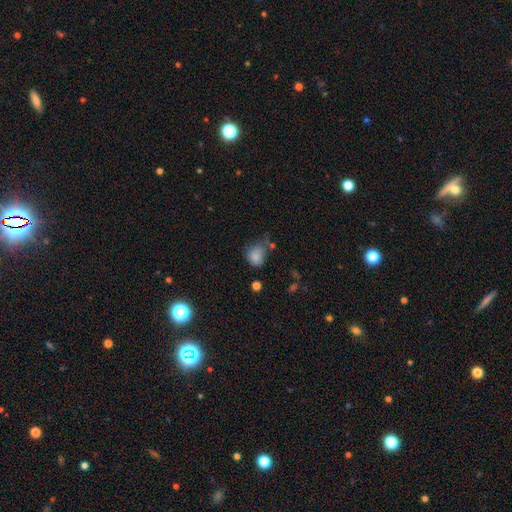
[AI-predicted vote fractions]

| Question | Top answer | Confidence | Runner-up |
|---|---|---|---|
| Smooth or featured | smooth | 83% | star or artifact (11%) |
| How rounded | round | 60% | in between (39%) |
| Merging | none | 47% | minor disturbance (32%) |